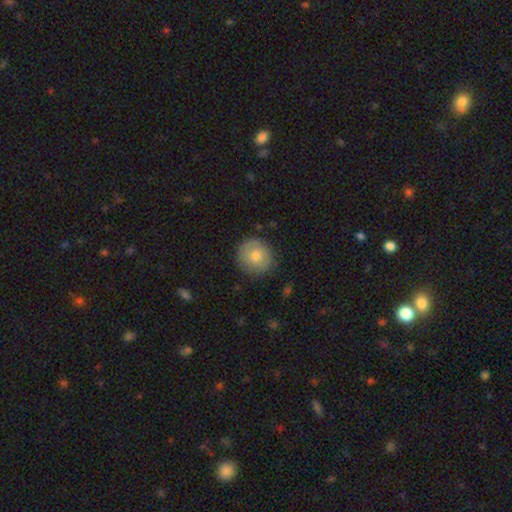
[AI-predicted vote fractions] The model was most divided on "smooth or featured": smooth: 75%, featured or disk: 18%, star or artifact: 7%. More confident: how rounded — round (89%); merging — none (83%).